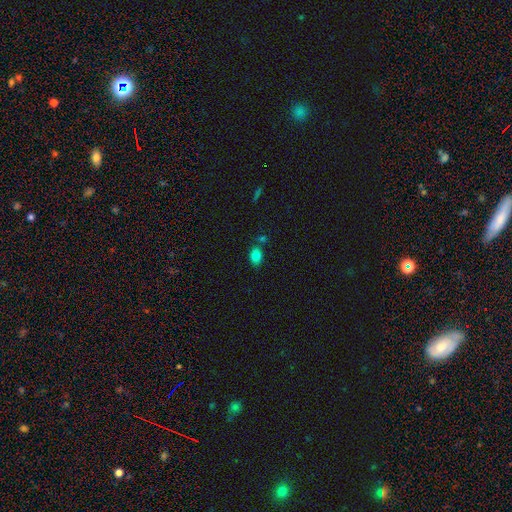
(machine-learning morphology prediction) Q: Smooth or featured?
A: smooth (81%); runner-up: star or artifact (11%)
Q: How rounded?
A: in between (73%); runner-up: round (25%)
Q: Merging?
A: none (75%); runner-up: minor disturbance (12%)